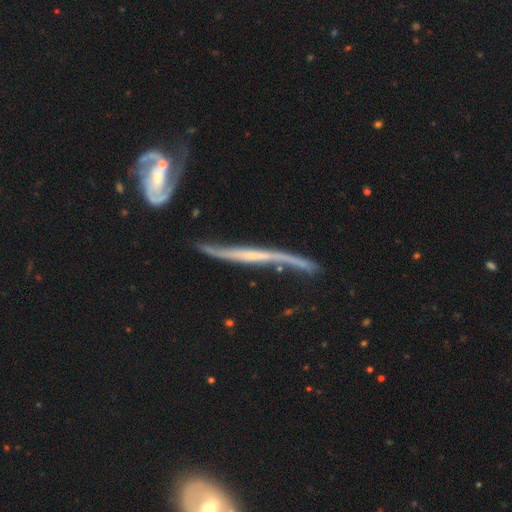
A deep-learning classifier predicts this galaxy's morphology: A featured or disk galaxy (81%) viewed edge-on (69%) with no central bulge (69%). Merging: none (45%).